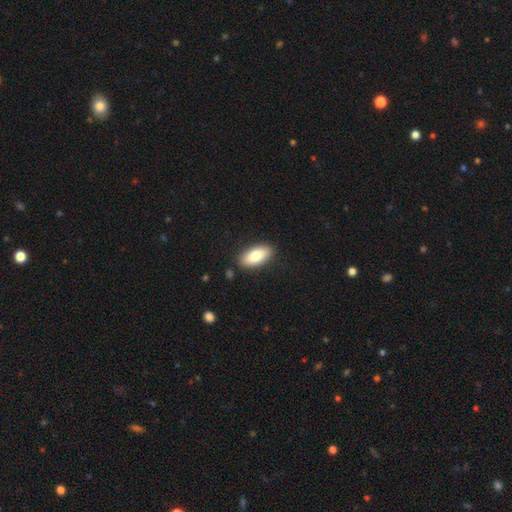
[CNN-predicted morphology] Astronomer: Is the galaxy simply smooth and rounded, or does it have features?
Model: smooth — 80%.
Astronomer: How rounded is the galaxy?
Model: in between — 90%.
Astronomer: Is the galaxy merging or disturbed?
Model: none — 87%.